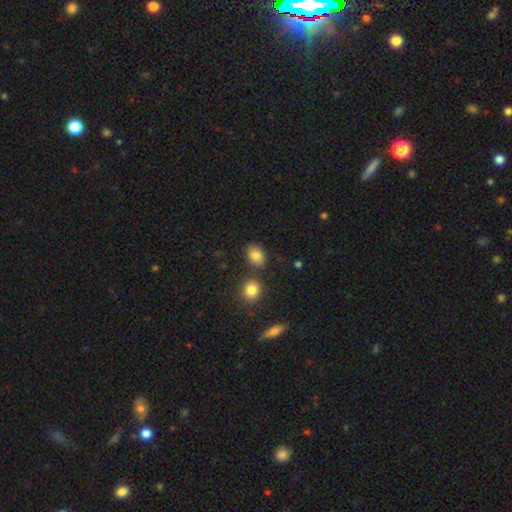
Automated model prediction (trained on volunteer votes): smooth-or-featured: smooth: 83% | star or artifact: 10% | featured or disk: 7%
  how-rounded: in between: 70% | round: 29% | cigar-shaped: 1%
  merging: none: 74% | minor disturbance: 13% | merger: 10% | major disturbance: 3%